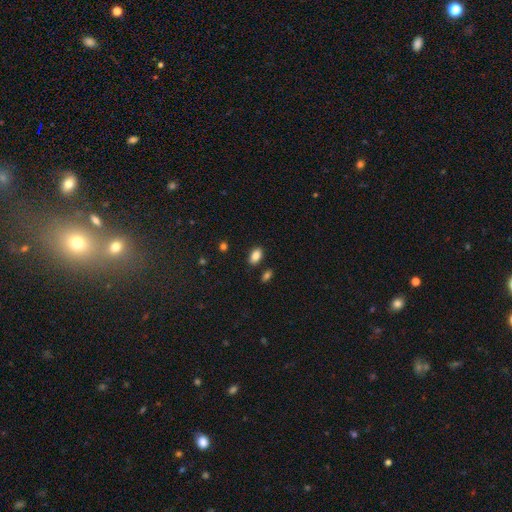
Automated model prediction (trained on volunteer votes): The model was most divided on "merging": none: 83%, minor disturbance: 10%, merger: 4%, major disturbance: 2%. More confident: how rounded — in between (91%); smooth or featured — smooth (86%).